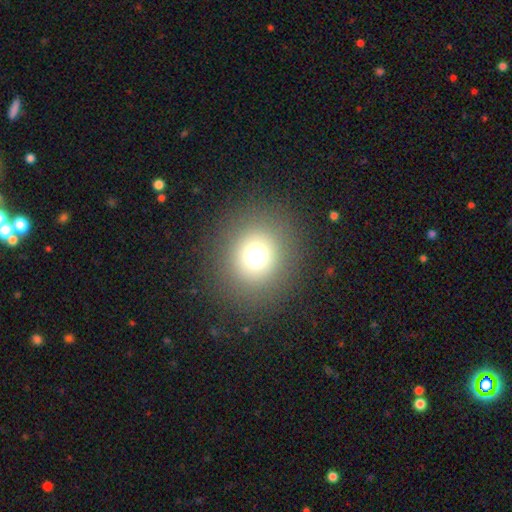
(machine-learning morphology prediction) This is likely a smooth galaxy (71%). How rounded: clearly round (88%). Merging: clearly none (88%).